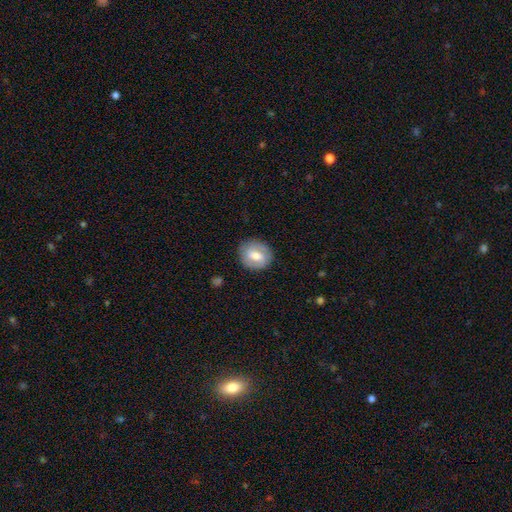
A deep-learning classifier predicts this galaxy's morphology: type=smooth (49%); merging=none (83%).